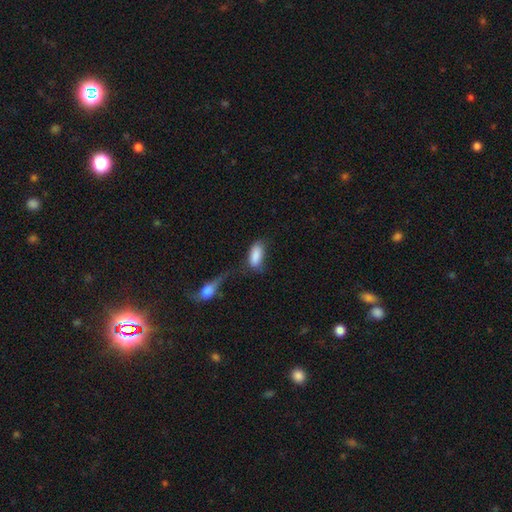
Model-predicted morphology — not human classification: Smooth or featured? smooth (87%)
How rounded? in between (89%)
Merging? none (38%)